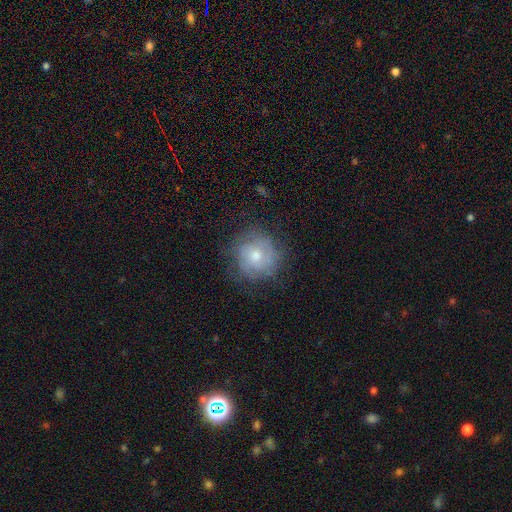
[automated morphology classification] Q: Smooth or featured?
A: featured or disk (52%); runner-up: smooth (38%)
Q: Edge-on disk?
A: no (97%); runner-up: yes (3%)
Q: Bar?
A: no (80%); runner-up: weak (17%)
Q: Spiral arms?
A: yes (74%); runner-up: no (26%)
Q: Bulge size?
A: moderate (60%); runner-up: small (33%)
Q: Merging?
A: none (73%); runner-up: minor disturbance (18%)